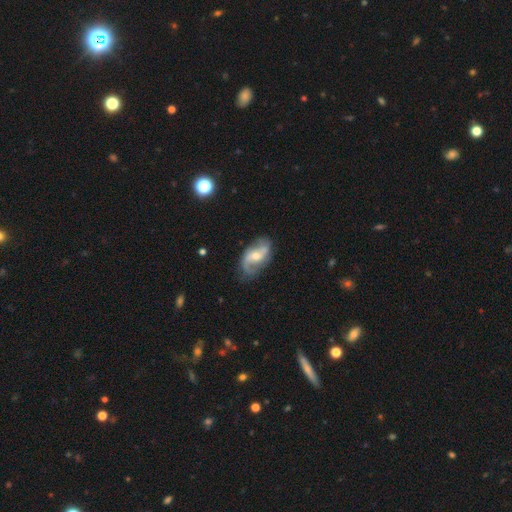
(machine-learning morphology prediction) This is likely a featured or disk galaxy (80%). It is clearly not viewed edge-on (96%). Bar: marginally weak (43%). Spiral arm pattern: clearly yes (92%). Spiral arm count: clearly 2 (86%). Spiral winding: possibly loose (58%). Central bulge: possibly moderate (53%). Merging: likely none (70%).